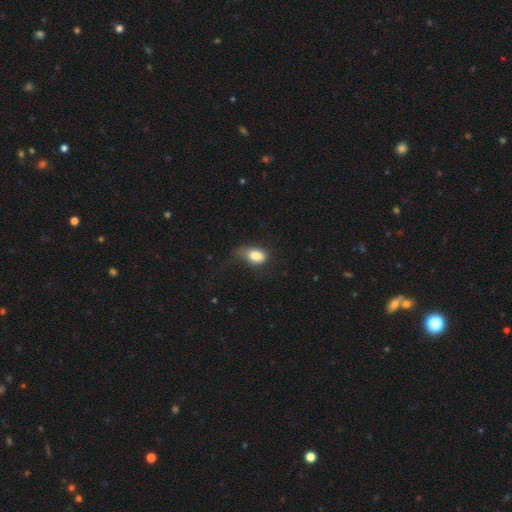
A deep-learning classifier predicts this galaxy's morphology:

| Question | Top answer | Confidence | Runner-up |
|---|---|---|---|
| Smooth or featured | smooth | 82% | featured or disk (10%) |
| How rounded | in between | 83% | round (15%) |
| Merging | none | 37% | minor disturbance (33%) |